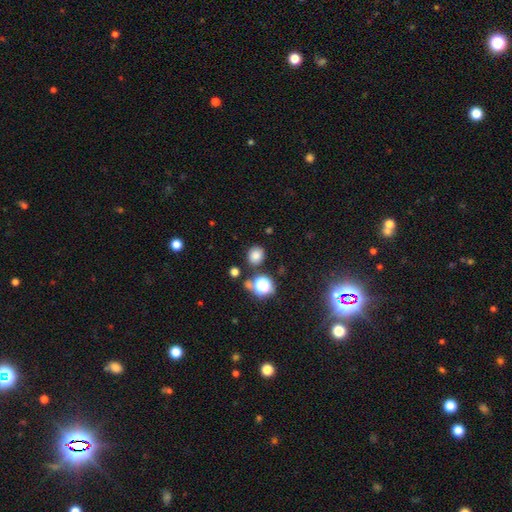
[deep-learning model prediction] smooth 77%, star or artifact 18%, featured or disk 6%. Down the decision tree: how rounded — round (74%); merging — none (81%).